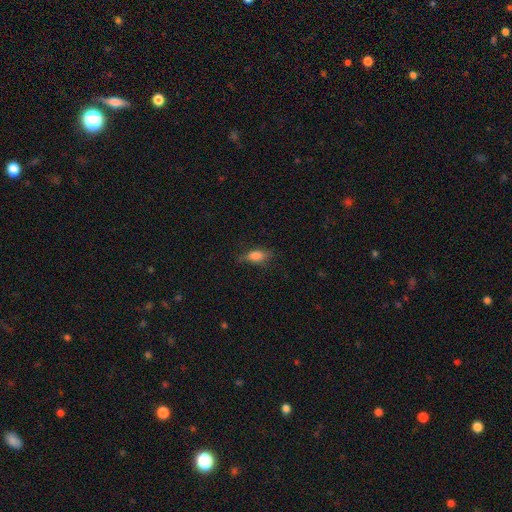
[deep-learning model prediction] smooth-or-featured: smooth: 75% | featured or disk: 15% | star or artifact: 9%
  how-rounded: in between: 78% | cigar-shaped: 16% | round: 6%
  merging: none: 65% | minor disturbance: 25% | major disturbance: 8% | merger: 1%